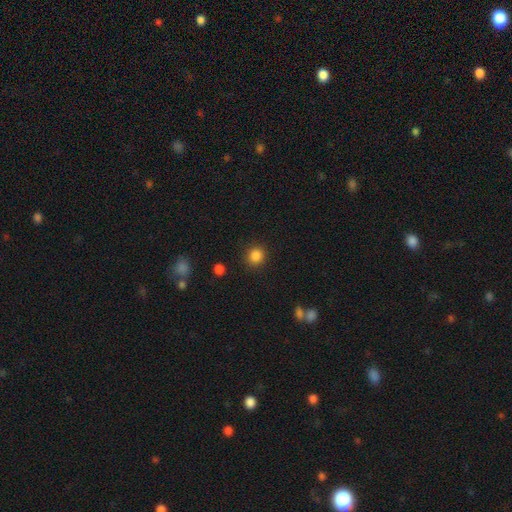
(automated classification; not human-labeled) The model was most divided on "smooth or featured": smooth: 86%, star or artifact: 11%, featured or disk: 3%. More confident: merging — none (89%); how rounded — round (89%).